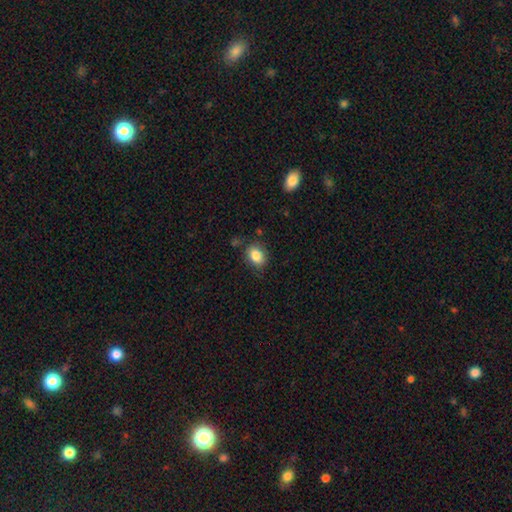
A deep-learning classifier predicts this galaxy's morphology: Q: Smooth or featured?
A: smooth (85%); runner-up: star or artifact (9%)
Q: How rounded?
A: in between (64%); runner-up: round (35%)
Q: Merging?
A: none (78%); runner-up: minor disturbance (15%)